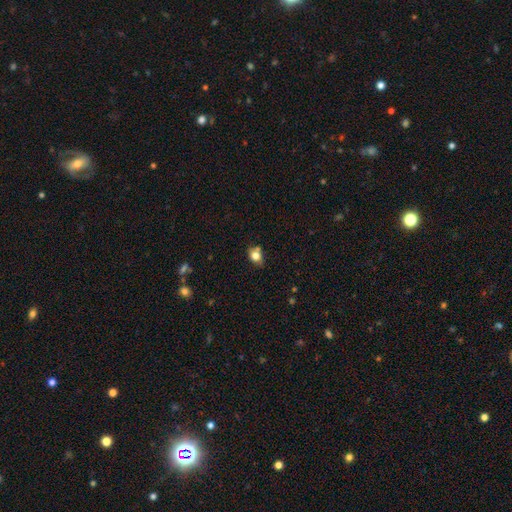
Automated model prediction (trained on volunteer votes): This is likely a smooth galaxy (77%). How rounded: likely in between (60%). Merging: likely none (64%).